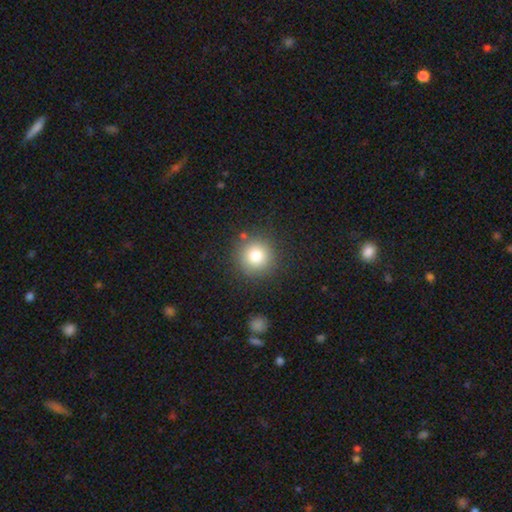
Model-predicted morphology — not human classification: This appears to be a smooth galaxy with no disk features (80%) that is round (94%). Merging: none (86%).